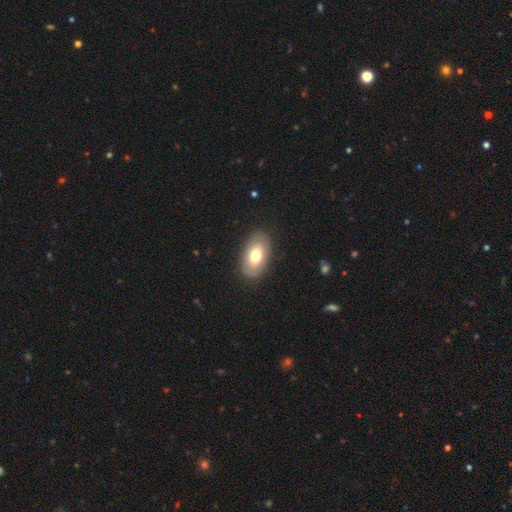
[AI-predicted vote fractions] Morphology: type=smooth (68%); roundness=in between (93%); merging=none (85%).